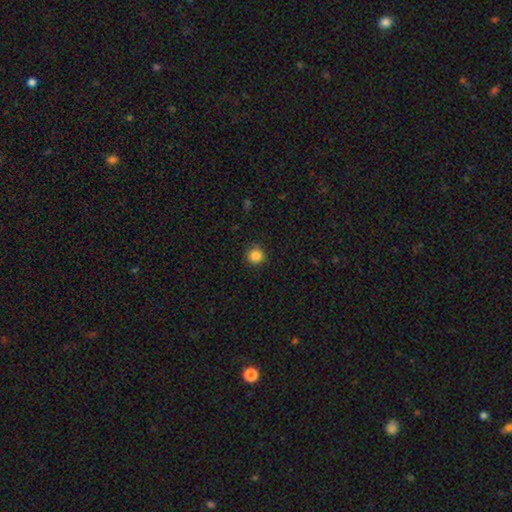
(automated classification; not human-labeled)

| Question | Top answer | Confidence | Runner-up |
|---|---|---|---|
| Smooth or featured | smooth | 85% | star or artifact (11%) |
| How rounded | round | 91% | in between (8%) |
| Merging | none | 89% | minor disturbance (8%) |